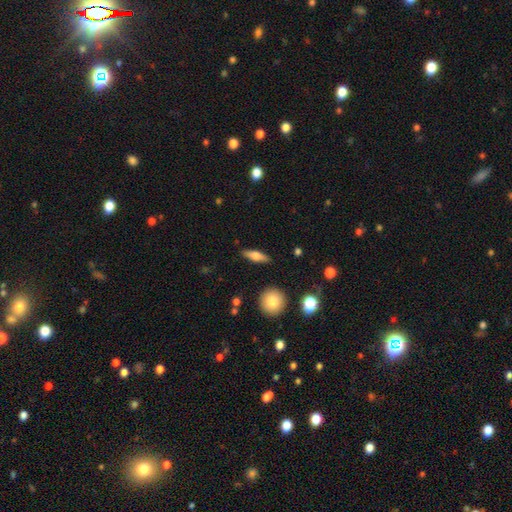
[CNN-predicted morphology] smooth_or_featured: smooth (p=0.62) [alt: featured or disk p=0.30]
how_rounded: cigar-shaped (p=0.51) [alt: in between p=0.44]
merging: none (p=0.87) [alt: minor disturbance p=0.09]